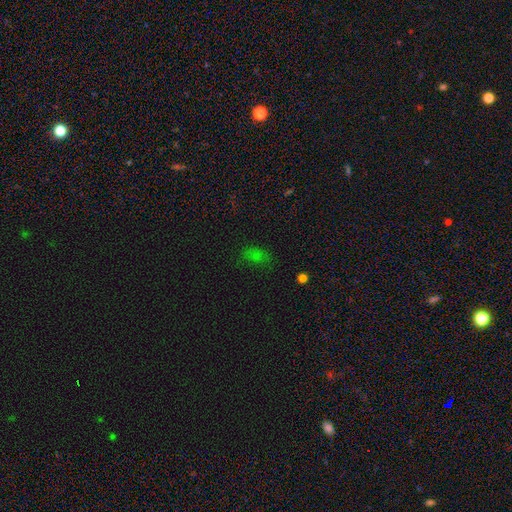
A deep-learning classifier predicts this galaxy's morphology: A smooth galaxy with no disk features (64%) that is in between round and cigar-shaped (81%).

Vote fractions:
- Smooth or featured? smooth: 64% / star or artifact: 27% / featured or disk: 9%
- How rounded? in between: 81% / round: 15% / cigar-shaped: 4%
- Merging? none: 61% / minor disturbance: 24% / major disturbance: 12% / merger: 3%